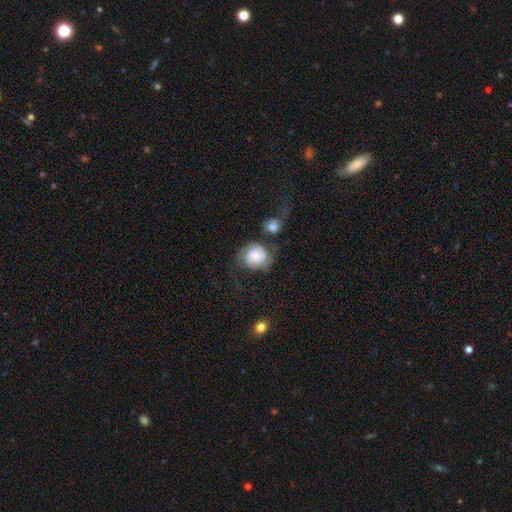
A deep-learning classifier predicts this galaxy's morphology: smooth-or-featured: featured or disk: 66% | smooth: 27% | star or artifact: 7%
  disk-edge-on: no: 98% | yes: 2%
    bar: no: 58% | weak: 35% | strong: 7%
    has-spiral-arms: yes: 91% | no: 9%
      spiral-winding: tight: 43% | medium: 39% | loose: 18%
      spiral-arm-count: 2: 74% | can't tell: 13% | 3: 5% | 1: 4% | 4: 2% | more than 4: 2%
    bulge-size: moderate: 46% | small: 42% | large: 6% | none: 4% | dominant: 2%
  merging: none: 50% | minor disturbance: 19% | major disturbance: 18% | merger: 12%